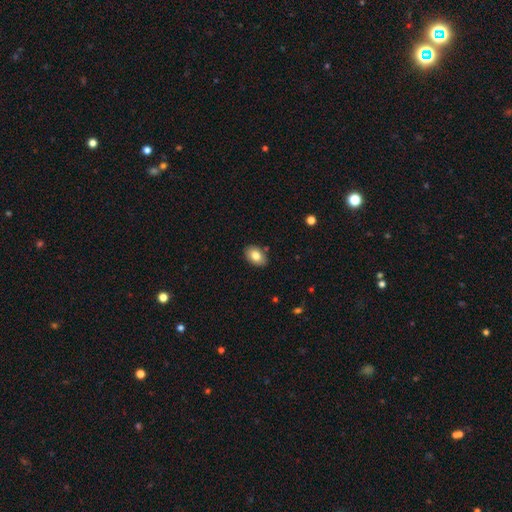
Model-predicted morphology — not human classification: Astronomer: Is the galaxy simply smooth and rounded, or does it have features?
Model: smooth — 79%.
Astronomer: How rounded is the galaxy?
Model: in between — 83%.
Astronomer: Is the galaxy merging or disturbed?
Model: none — 86%.